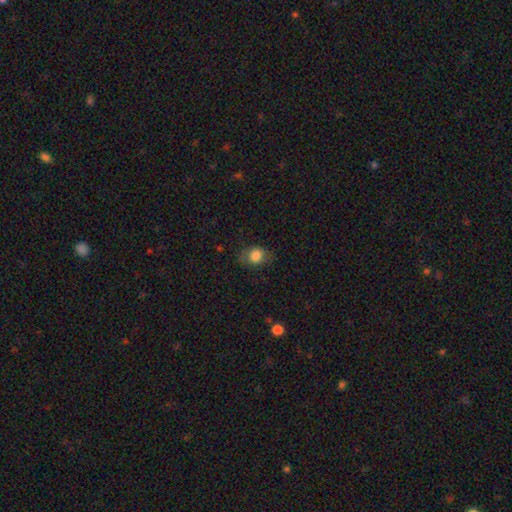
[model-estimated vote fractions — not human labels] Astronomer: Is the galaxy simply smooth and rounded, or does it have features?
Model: smooth — 80%.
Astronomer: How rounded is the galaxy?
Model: in between — 55% (runner-up: round, 44%).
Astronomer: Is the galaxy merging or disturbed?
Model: none — 72%.